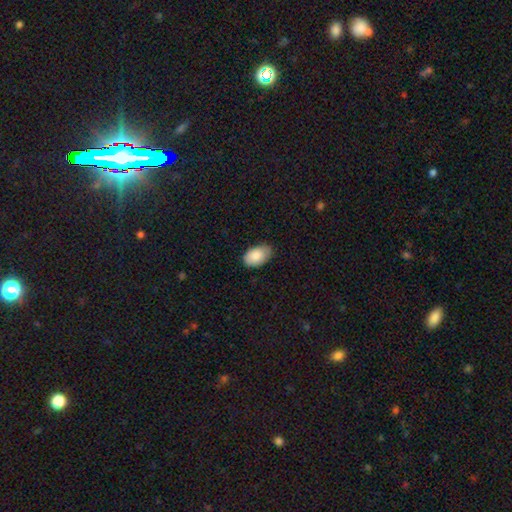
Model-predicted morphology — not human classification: smooth 86%, featured or disk 7%, star or artifact 6%. Down the decision tree: how rounded — in between (93%); merging — none (75%).